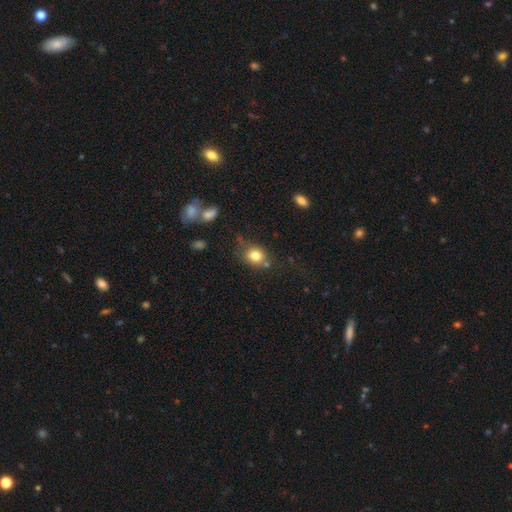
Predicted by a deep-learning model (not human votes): This is clearly a smooth galaxy (81%). How rounded: likely round (68%). Merging: likely none (67%).